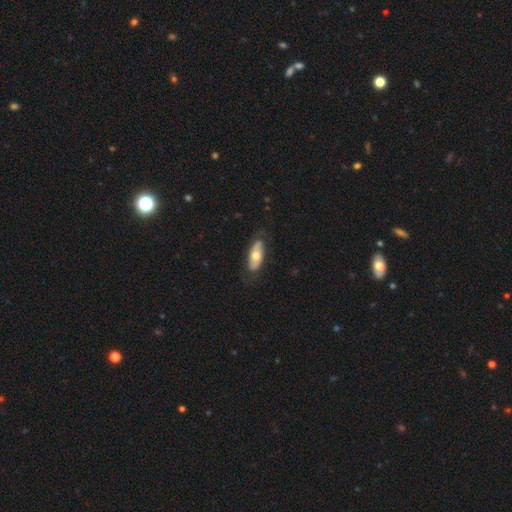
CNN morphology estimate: smooth 54%, featured or disk 41%, star or artifact 5%. Down the decision tree: how rounded — in between (83%); merging — none (78%).